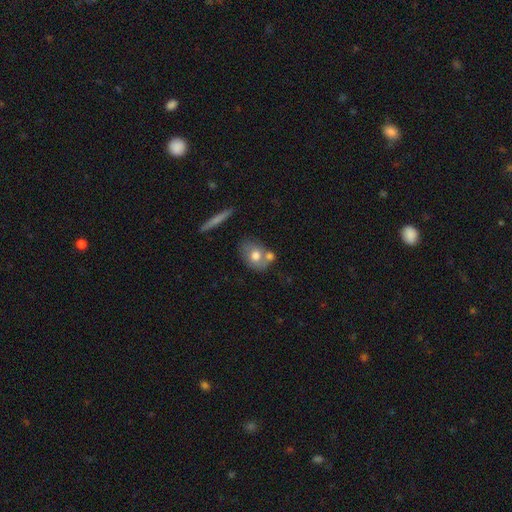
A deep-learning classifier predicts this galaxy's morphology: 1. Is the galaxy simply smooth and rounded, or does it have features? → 67% smooth, 25% featured or disk, 8% star or artifact.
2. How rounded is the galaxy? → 62% in between, 35% round, 2% cigar-shaped.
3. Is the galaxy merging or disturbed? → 48% none, 34% merger, 13% minor disturbance, 5% major disturbance.